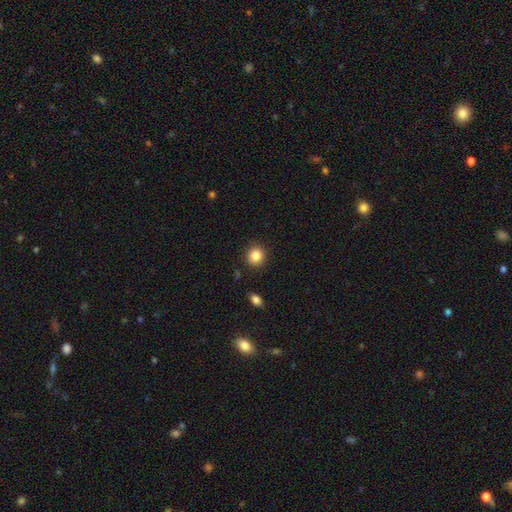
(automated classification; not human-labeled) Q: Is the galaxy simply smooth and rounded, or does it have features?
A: smooth — 86%.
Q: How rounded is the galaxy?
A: round — 87%.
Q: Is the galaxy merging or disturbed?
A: none — 89%.